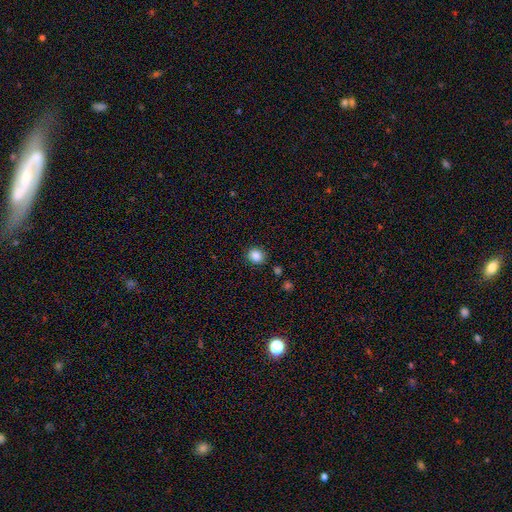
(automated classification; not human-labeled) This appears to be a smooth galaxy with no disk features (85%) that is round (83%). Merging: none (88%).